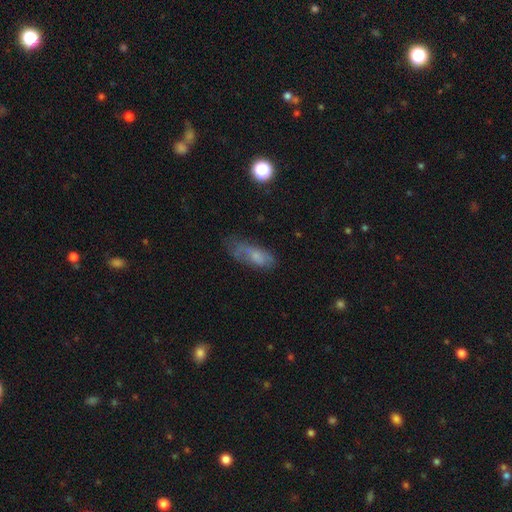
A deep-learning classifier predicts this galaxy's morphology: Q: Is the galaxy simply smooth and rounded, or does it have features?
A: smooth — 55%.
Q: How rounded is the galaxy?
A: in between — 71%.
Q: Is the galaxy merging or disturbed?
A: none — 45%.